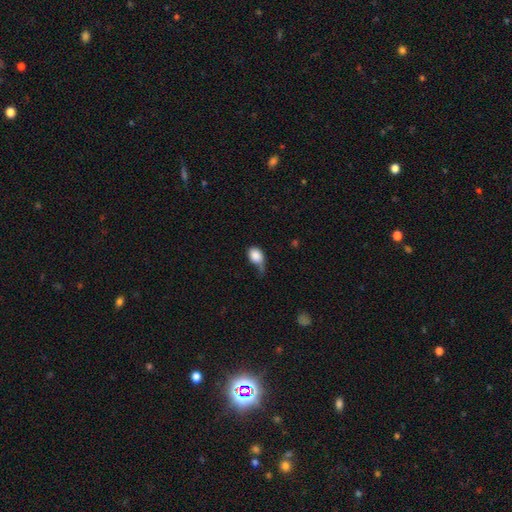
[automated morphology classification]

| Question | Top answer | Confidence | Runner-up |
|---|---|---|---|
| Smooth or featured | smooth | 84% | featured or disk (8%) |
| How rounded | in between | 68% | round (30%) |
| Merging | minor disturbance | 40% | major disturbance (30%) |